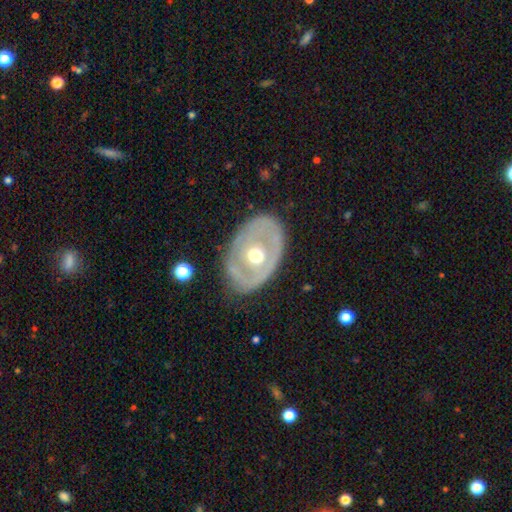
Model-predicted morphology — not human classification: smooth-or-featured: featured or disk: 70% | smooth: 25% | star or artifact: 5%
  disk-edge-on: no: 92% | yes: 8%
    bar: no: 81% | weak: 14% | strong: 5%
    has-spiral-arms: no: 73% | yes: 27%
    bulge-size: moderate: 77% | large: 11% | small: 10% | dominant: 1% | none: 1%
  merging: none: 76% | minor disturbance: 16% | major disturbance: 7% | merger: 2%